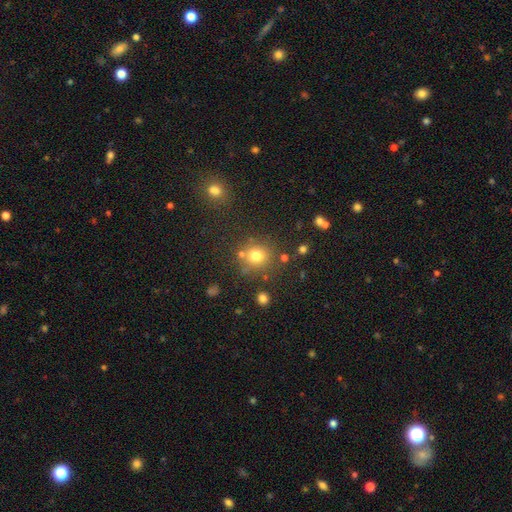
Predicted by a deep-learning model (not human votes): Smooth or featured: smooth — 75% (star or artifact — 17%)
How rounded: round — 88% (in between — 11%)
Merging: none — 76% (minor disturbance — 10%)